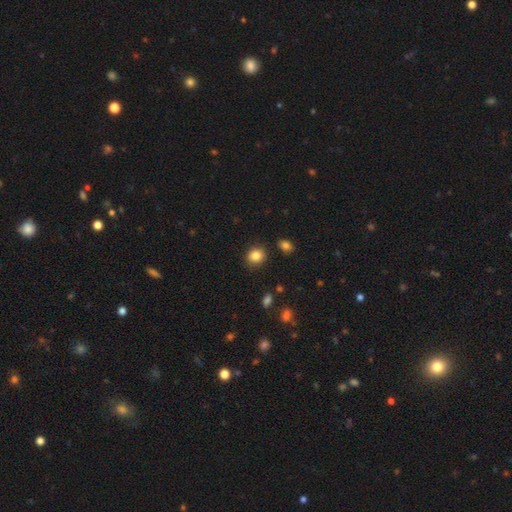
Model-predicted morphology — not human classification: Smooth or featured?
  - smooth: 85% *
  - star or artifact: 10%
  - featured or disk: 5%
How rounded?
  - round: 75% *
  - in between: 24%
  - cigar-shaped: 1%
Merging?
  - none: 87% *
  - minor disturbance: 9%
  - major disturbance: 2%
  - merger: 2%